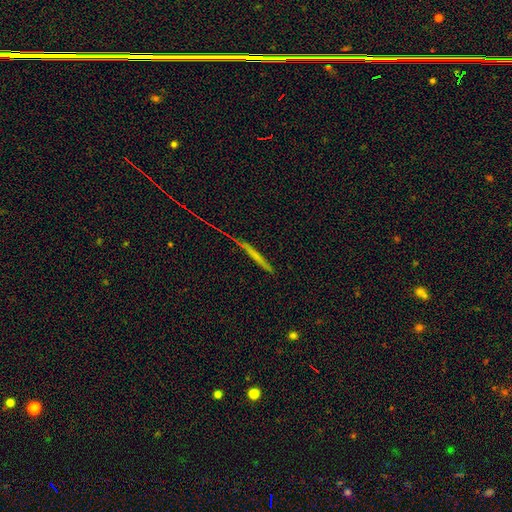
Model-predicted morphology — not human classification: smooth 48%, featured or disk 35%, star or artifact 17%. Down the decision tree: merging — none (78%).